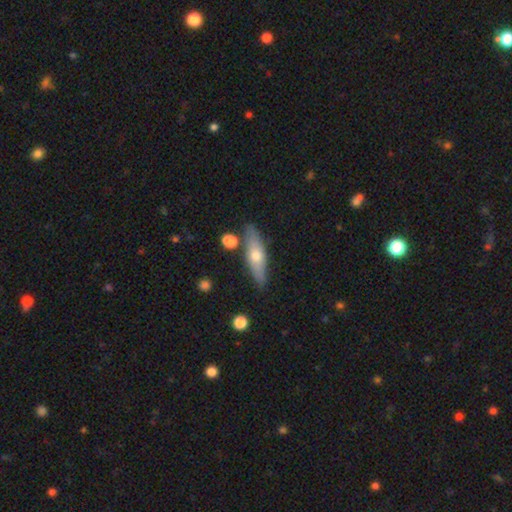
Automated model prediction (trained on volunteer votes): Smooth or featured: smooth — 51% (featured or disk — 43%)
How rounded: cigar-shaped — 63% (in between — 34%)
Merging: none — 81% (minor disturbance — 11%)